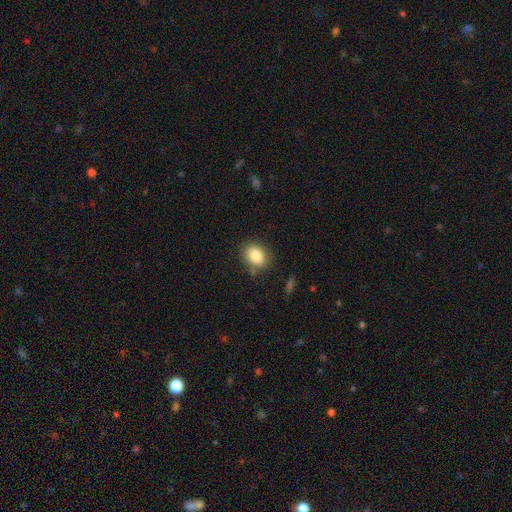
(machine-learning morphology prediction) Overall: smooth (84%). How rounded: in between (56%; round 43%). Merging: none (80%).